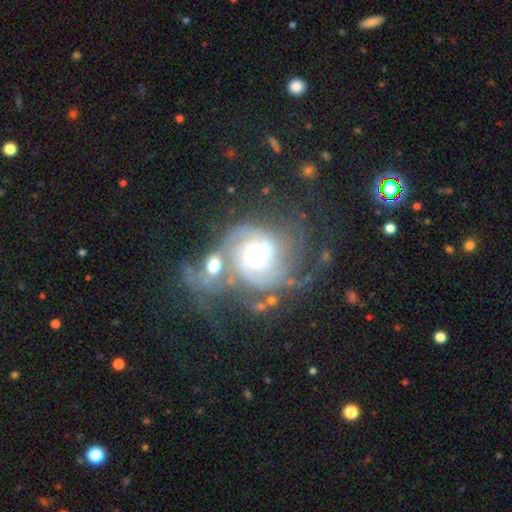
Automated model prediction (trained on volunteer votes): Q: Smooth or featured?
A: featured or disk (85%); runner-up: smooth (9%)
Q: Edge-on disk?
A: no (97%); runner-up: yes (3%)
Q: Bar?
A: no (69%); runner-up: weak (24%)
Q: Spiral arms?
A: yes (94%); runner-up: no (6%)
Q: Spiral winding?
A: tight (58%); runner-up: medium (33%)
Q: Spiral arm count?
A: 2 (44%); runner-up: can't tell (22%)
Q: Bulge size?
A: moderate (69%); runner-up: large (17%)
Q: Merging?
A: merger (38%); runner-up: none (33%)